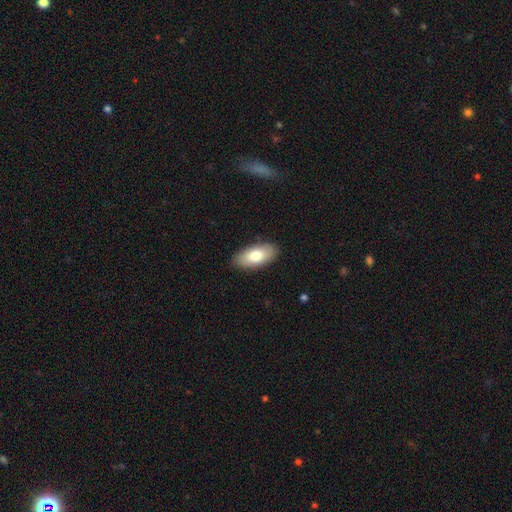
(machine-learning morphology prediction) smooth-or-featured: smooth: 77% | featured or disk: 17% | star or artifact: 6%
  how-rounded: in between: 90% | cigar-shaped: 7% | round: 2%
  merging: none: 87% | minor disturbance: 10% | major disturbance: 2% | merger: 1%